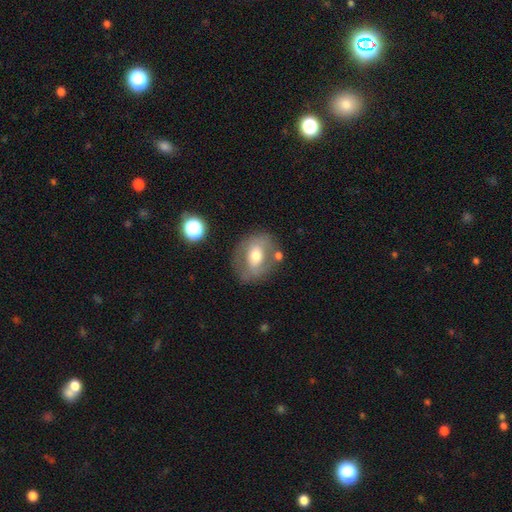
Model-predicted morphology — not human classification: A smooth galaxy with no disk features (46%, tied with featured or disk).

Vote fractions:
- Smooth or featured? smooth: 46% (tied) / featured or disk: 46% (tied) / star or artifact: 8%
- Merging? none: 66% / minor disturbance: 19% / major disturbance: 9% / merger: 6%